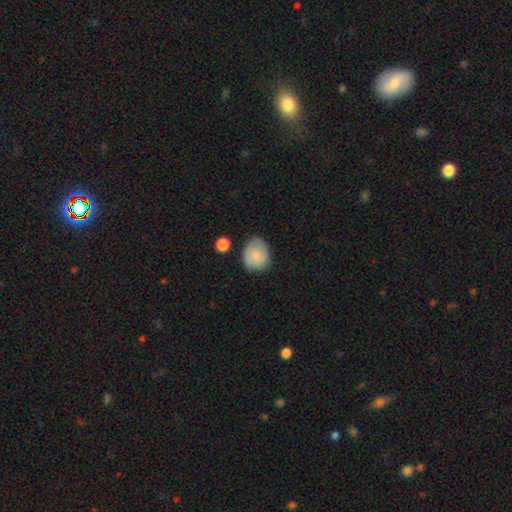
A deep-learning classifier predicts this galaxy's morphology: A smooth galaxy with no disk features (78%) that is round (57%). Merging: none (65%).